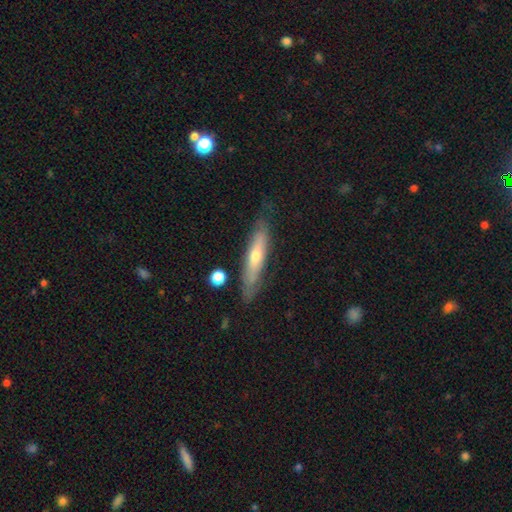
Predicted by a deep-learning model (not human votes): Morphology: type=featured or disk (57%); edge-on=yes (76%); merging=none (79%).